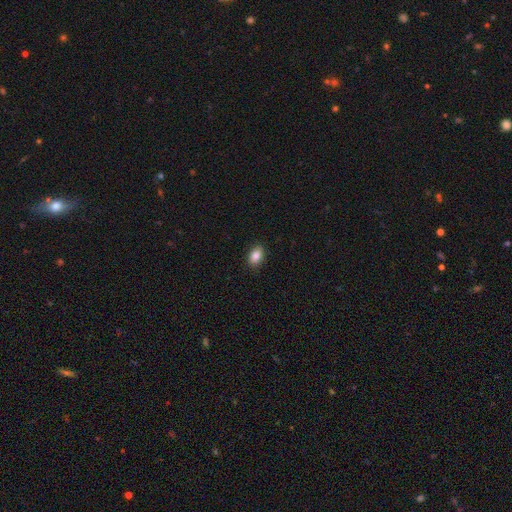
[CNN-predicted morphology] Smooth or featured: smooth — 85% (star or artifact — 8%)
How rounded: in between — 86% (round — 12%)
Merging: none — 90% (minor disturbance — 8%)